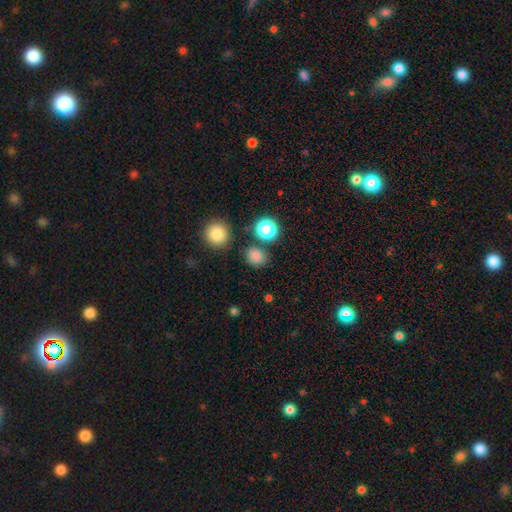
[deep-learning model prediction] Overall: smooth (79%). How rounded: round (73%). Merging: none (80%).